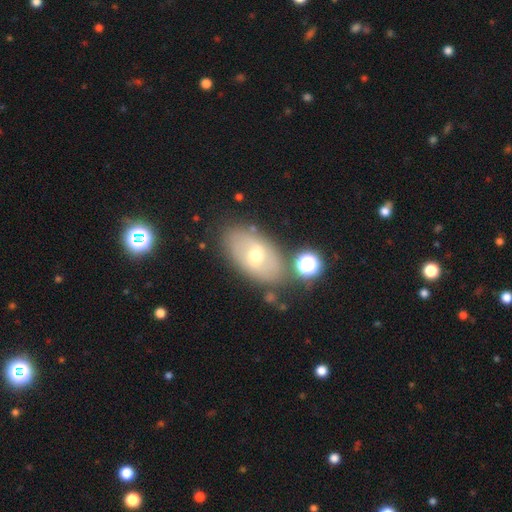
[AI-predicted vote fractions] Smooth or featured? featured or disk (46%)
Merging? none (73%)